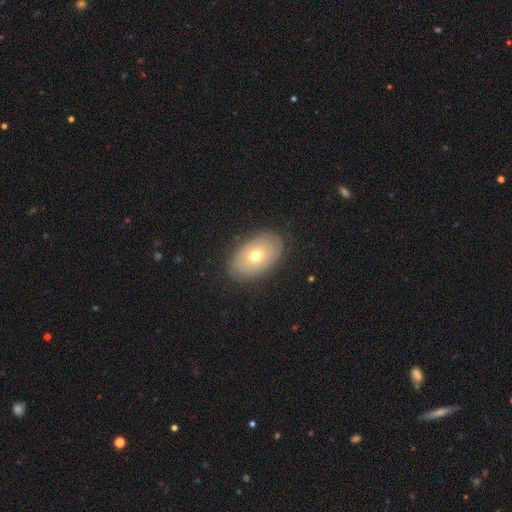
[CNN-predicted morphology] A smooth galaxy with no disk features (61%) that is in between round and cigar-shaped (88%). Merging: none (85%).